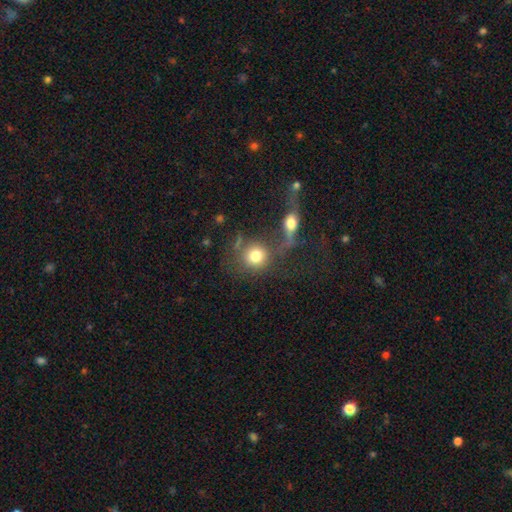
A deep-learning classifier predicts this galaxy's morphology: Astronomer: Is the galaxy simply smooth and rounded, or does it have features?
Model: smooth — 76%.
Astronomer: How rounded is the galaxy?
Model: round — 85%.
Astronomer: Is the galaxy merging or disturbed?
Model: none — 49% (runner-up: merger, 29%).